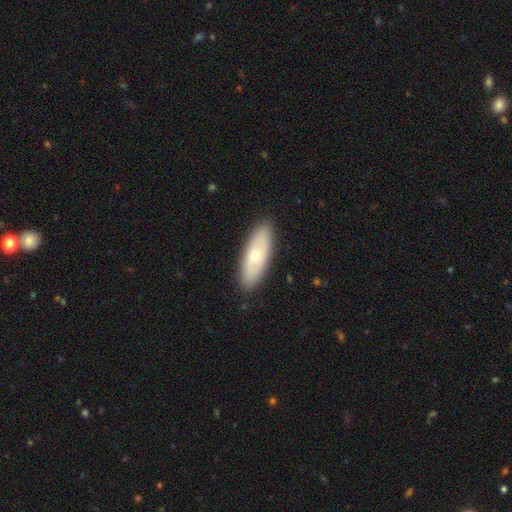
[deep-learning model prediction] Smooth or featured?
  - smooth: 58% *
  - featured or disk: 36%
  - star or artifact: 6%
How rounded?
  - in between: 65% *
  - cigar-shaped: 33%
  - round: 3%
Merging?
  - none: 89% *
  - minor disturbance: 8%
  - major disturbance: 2%
  - merger: 1%